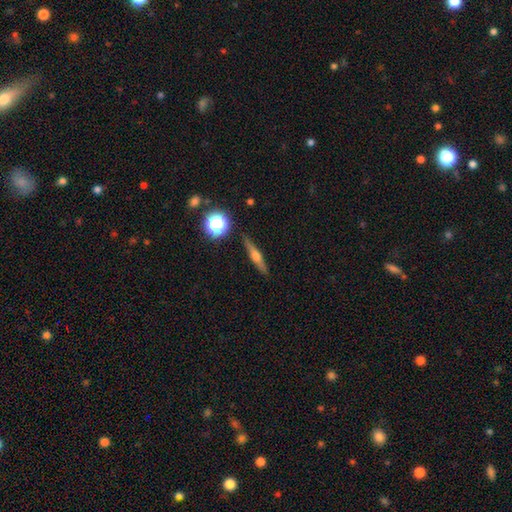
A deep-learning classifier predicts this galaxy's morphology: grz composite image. It shows a featured or disk galaxy (58%) viewed edge-on (96%) with a rounded central bulge (87%). Merging: none (90%).